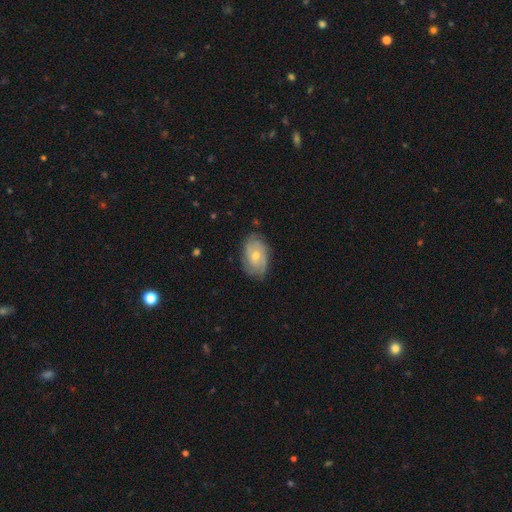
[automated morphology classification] Smooth or featured: featured or disk — 59% (smooth — 35%)
Edge-on disk: no — 95% (yes — 5%)
Bar: no — 68% (weak — 28%)
Spiral arms: yes — 82% (no — 18%)
Bulge size: moderate — 52% (small — 44%)
Merging: none — 74% (minor disturbance — 20%)